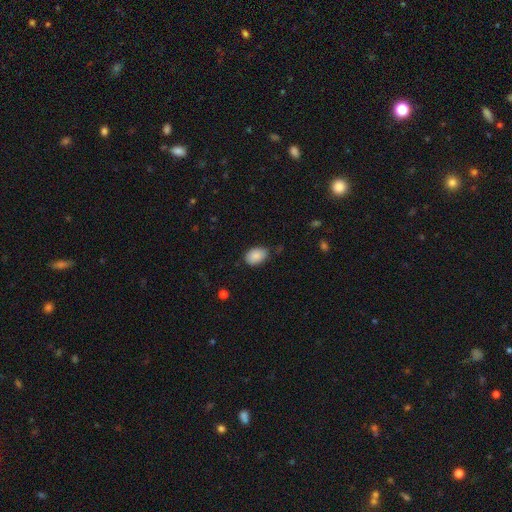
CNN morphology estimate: This appears to be a smooth galaxy with no disk features (88%) that is in between round and cigar-shaped (86%). Merging: none (74%).